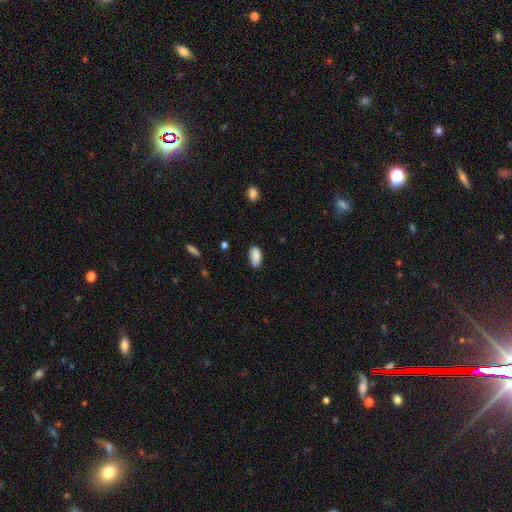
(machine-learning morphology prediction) Smooth or featured?
  - smooth: 88% *
  - star or artifact: 7%
  - featured or disk: 5%
How rounded?
  - in between: 92% *
  - cigar-shaped: 5%
  - round: 3%
Merging?
  - none: 75% *
  - minor disturbance: 20%
  - major disturbance: 3%
  - merger: 2%